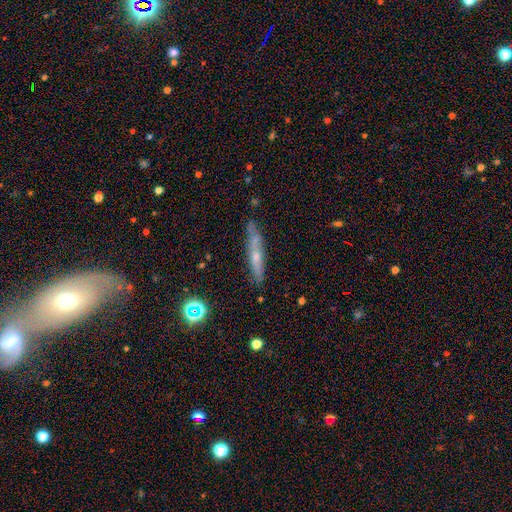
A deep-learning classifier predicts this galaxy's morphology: smooth_or_featured: featured or disk (p=0.53) [alt: smooth p=0.38]
disk_edge_on: yes (p=0.83) [alt: no p=0.17]
merging: none (p=0.74) [alt: minor disturbance p=0.19]